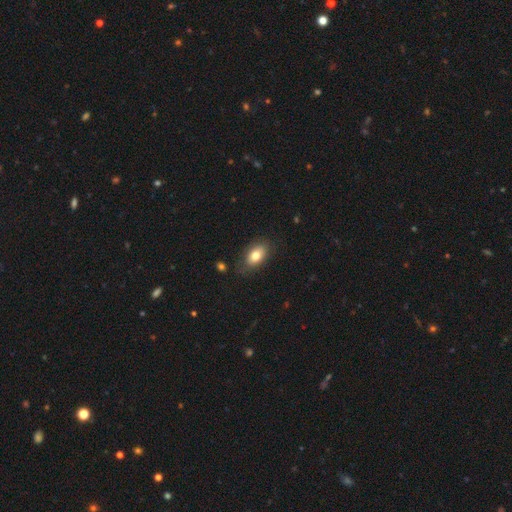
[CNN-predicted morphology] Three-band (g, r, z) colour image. It shows a smooth galaxy with no disk features (77%) that is in between round and cigar-shaped (88%). Merging: none (78%).